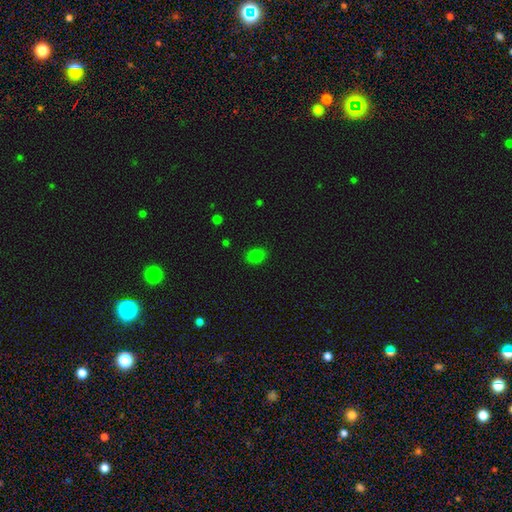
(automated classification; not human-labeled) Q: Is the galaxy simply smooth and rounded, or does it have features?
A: smooth — 81%.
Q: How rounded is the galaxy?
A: in between — 55%.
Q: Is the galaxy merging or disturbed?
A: none — 87%.